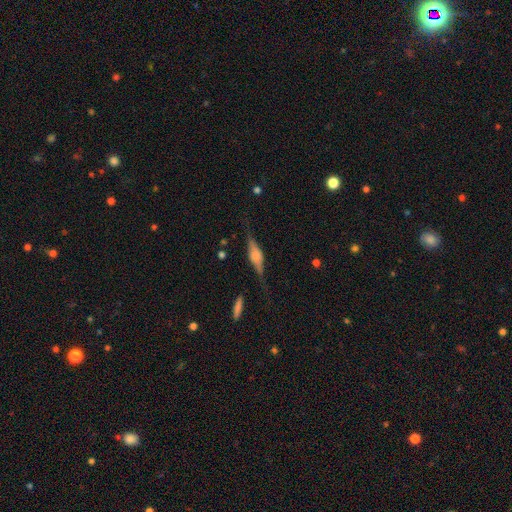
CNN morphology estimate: A featured or disk galaxy (71%) viewed edge-on (96%) with a rounded central bulge (69%). Merging: none (72%).